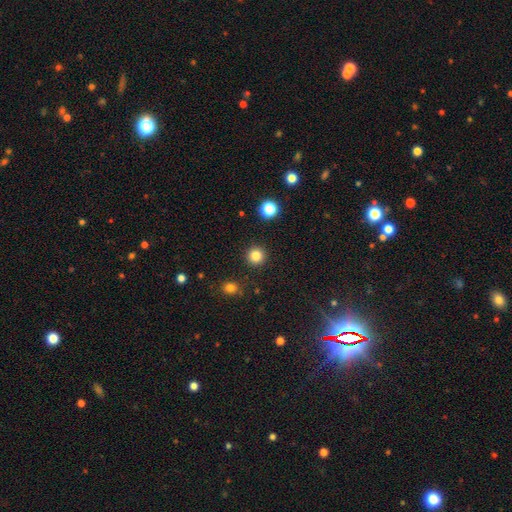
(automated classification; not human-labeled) Morphology: type=smooth (83%); roundness=round (95%); merging=none (92%).